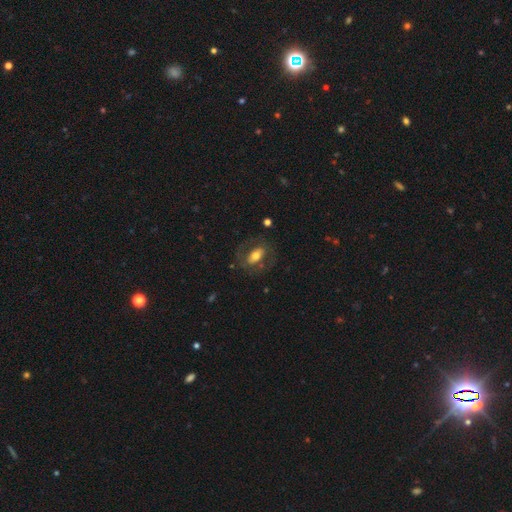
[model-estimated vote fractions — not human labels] smooth_or_featured: smooth (p=0.51) [alt: featured or disk p=0.42]
how_rounded: in between (p=0.84) [alt: round p=0.12]
merging: none (p=0.69) [alt: minor disturbance p=0.15]